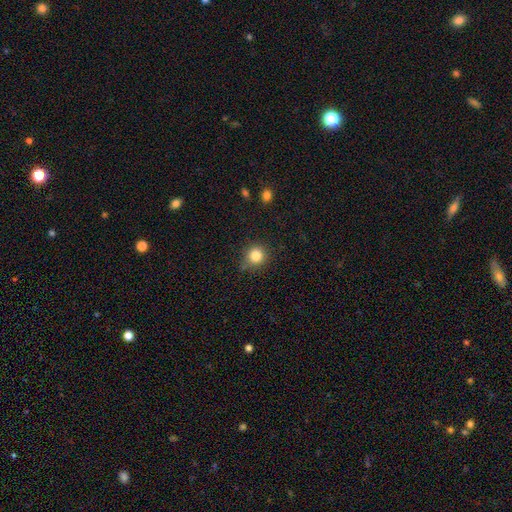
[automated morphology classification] Smooth or featured: smooth — 83% (star or artifact — 12%)
How rounded: round — 91% (in between — 8%)
Merging: none — 80% (minor disturbance — 14%)